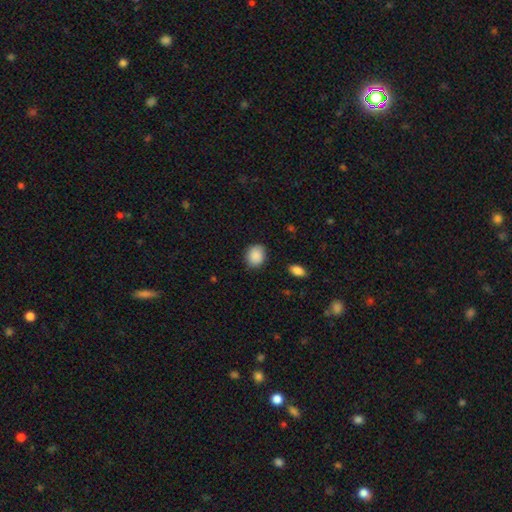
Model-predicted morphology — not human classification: smooth-or-featured: smooth: 89% | star or artifact: 7% | featured or disk: 4%
  how-rounded: round: 61% | in between: 38% | cigar-shaped: 1%
  merging: none: 85% | minor disturbance: 11% | major disturbance: 3% | merger: 1%